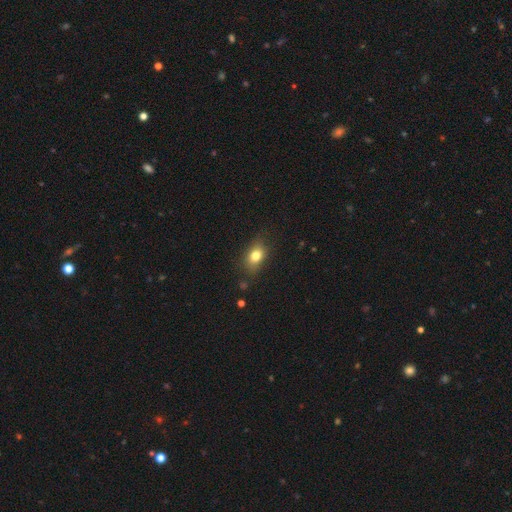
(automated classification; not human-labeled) Smooth or featured: smooth — 78% (featured or disk — 11%)
How rounded: in between — 72% (round — 25%)
Merging: none — 75% (minor disturbance — 18%)